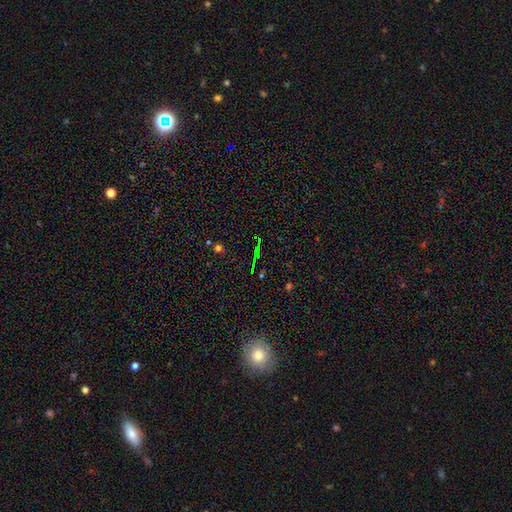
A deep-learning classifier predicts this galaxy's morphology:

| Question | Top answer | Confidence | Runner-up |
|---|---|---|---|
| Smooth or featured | star or artifact | 63% | smooth (23%) |